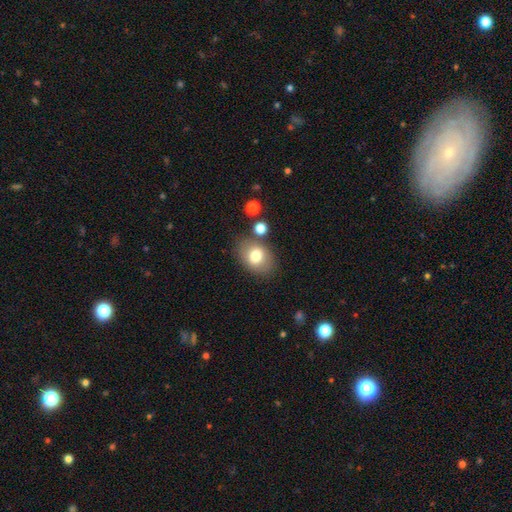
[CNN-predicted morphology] Smooth or featured? smooth (77%)
How rounded? in between (69%)
Merging? none (73%)